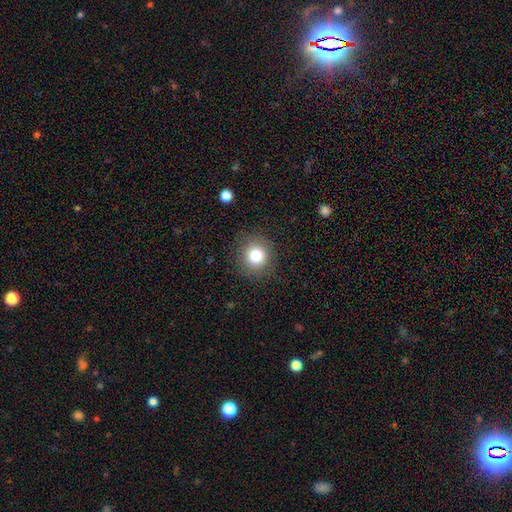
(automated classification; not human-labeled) Smooth or featured?
  - smooth: 80% *
  - star or artifact: 11%
  - featured or disk: 8%
How rounded?
  - round: 89% *
  - in between: 10%
  - cigar-shaped: 1%
Merging?
  - none: 87% *
  - minor disturbance: 8%
  - major disturbance: 4%
  - merger: 1%